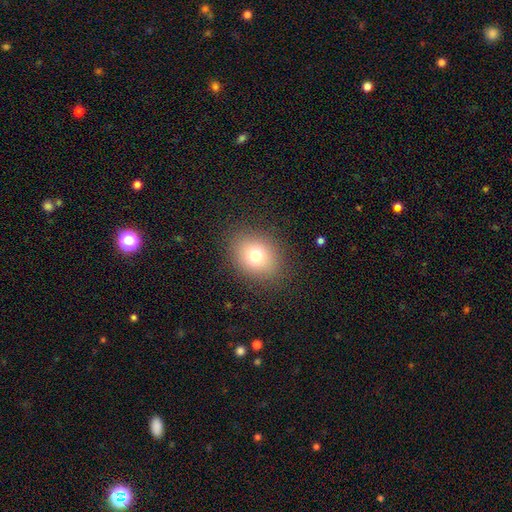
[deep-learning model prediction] This appears to be a smooth galaxy with no disk features (75%) that is round (53%). Merging: none (86%).